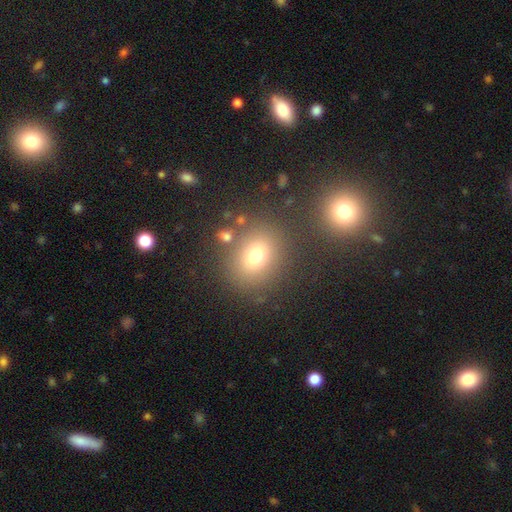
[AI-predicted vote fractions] Overall: smooth (72%). How rounded: round (61%; in between 38%). Merging: none (77%).